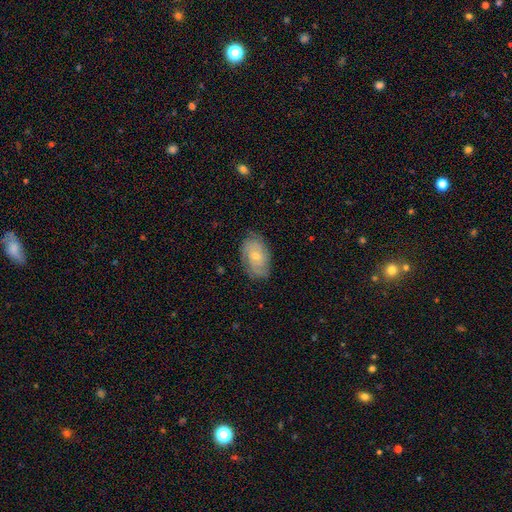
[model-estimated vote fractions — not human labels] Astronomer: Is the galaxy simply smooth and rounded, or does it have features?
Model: featured or disk — 55% (runner-up: smooth, 37%).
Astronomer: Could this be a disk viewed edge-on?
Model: no — 95%.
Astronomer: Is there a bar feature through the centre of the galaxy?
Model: no — 79%.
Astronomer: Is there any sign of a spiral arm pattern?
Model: yes — 82%.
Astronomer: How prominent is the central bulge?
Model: small — 62%.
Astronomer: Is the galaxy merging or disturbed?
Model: none — 76%.